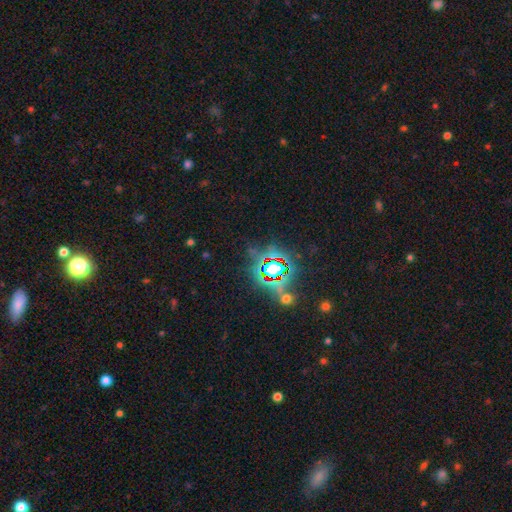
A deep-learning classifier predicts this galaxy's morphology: A star or artifact, not a galaxy (71%).

Vote fractions:
- Smooth or featured? star or artifact: 71% / smooth: 18% / featured or disk: 11%